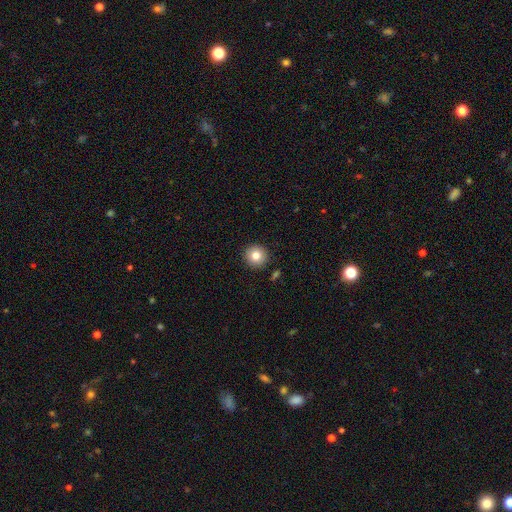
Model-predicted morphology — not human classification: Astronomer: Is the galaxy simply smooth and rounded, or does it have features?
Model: smooth — 82%.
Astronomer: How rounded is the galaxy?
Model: round — 95%.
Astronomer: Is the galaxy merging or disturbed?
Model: none — 91%.